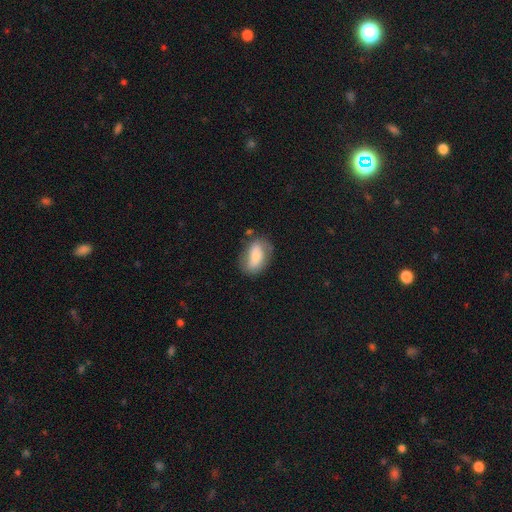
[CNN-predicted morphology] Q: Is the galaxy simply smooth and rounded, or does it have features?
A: smooth — 64%.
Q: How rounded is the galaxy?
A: in between — 86%.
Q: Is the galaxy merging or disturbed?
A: none — 68%.